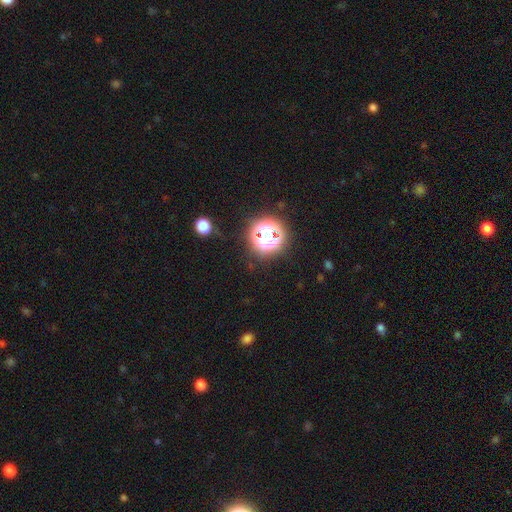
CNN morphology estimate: Smooth or featured? star or artifact (80%)